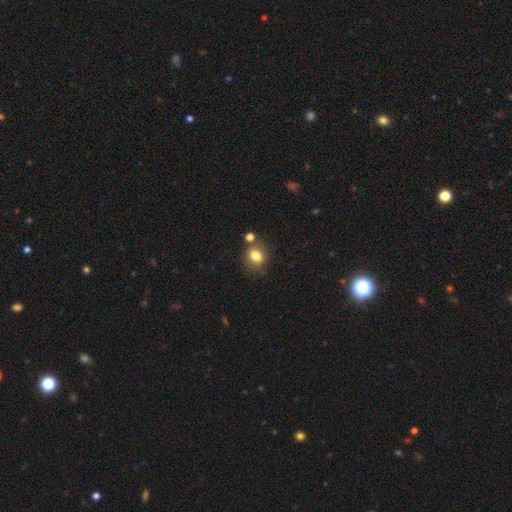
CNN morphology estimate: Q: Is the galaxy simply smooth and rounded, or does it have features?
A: smooth — 79%.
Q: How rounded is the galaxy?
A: round — 56%.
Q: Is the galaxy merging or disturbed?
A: none — 72%.